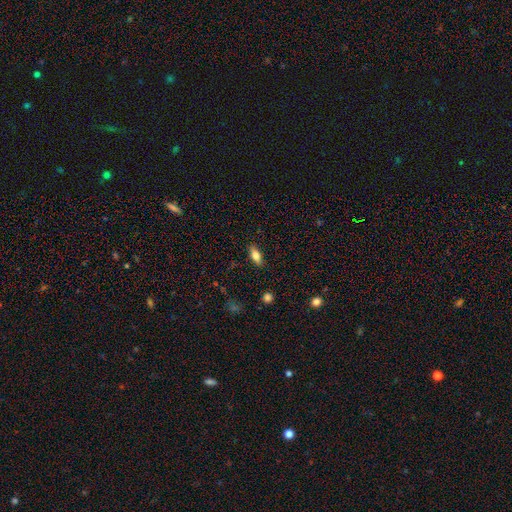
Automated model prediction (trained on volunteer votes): Smooth or featured?
  - smooth: 72% *
  - featured or disk: 20%
  - star or artifact: 8%
How rounded?
  - in between: 76% *
  - cigar-shaped: 21%
  - round: 3%
Merging?
  - none: 87% *
  - minor disturbance: 9%
  - major disturbance: 2%
  - merger: 1%